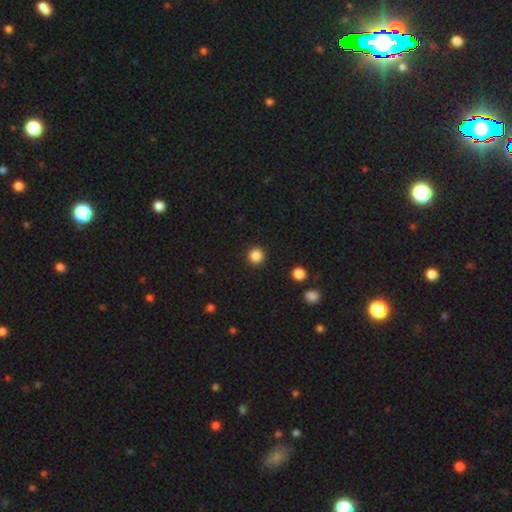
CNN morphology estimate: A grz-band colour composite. It shows a smooth galaxy with no disk features (86%) that is round (94%). Merging: none (93%).